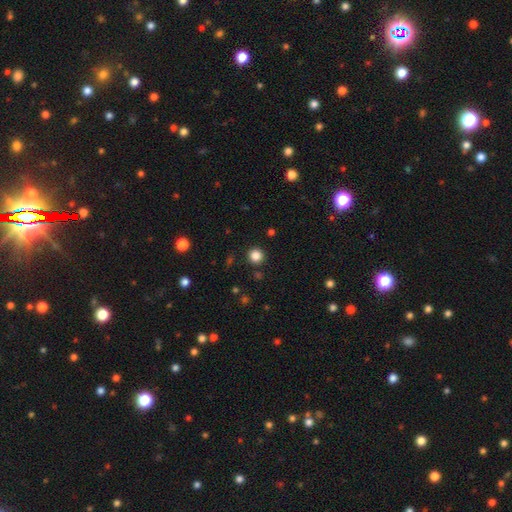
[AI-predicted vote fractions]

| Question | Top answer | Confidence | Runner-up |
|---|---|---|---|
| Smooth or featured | smooth | 85% | star or artifact (12%) |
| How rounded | round | 95% | in between (4%) |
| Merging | none | 92% | minor disturbance (5%) |